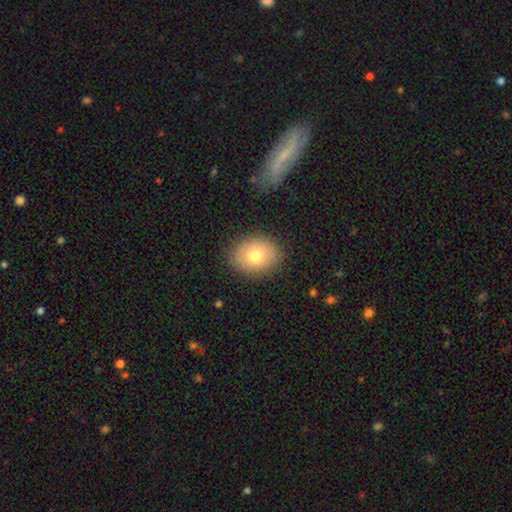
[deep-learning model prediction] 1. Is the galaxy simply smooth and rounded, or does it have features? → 74% smooth, 17% featured or disk, 9% star or artifact.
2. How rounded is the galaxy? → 58% in between, 41% round, 1% cigar-shaped.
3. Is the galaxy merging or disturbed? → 86% none, 10% minor disturbance, 3% major disturbance, 1% merger.